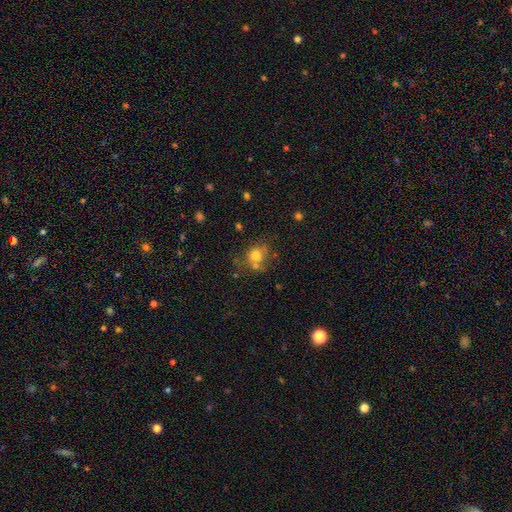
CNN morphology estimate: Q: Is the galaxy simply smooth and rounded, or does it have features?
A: smooth — 68%.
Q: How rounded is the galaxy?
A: round — 67%.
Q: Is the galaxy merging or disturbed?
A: none — 47%.